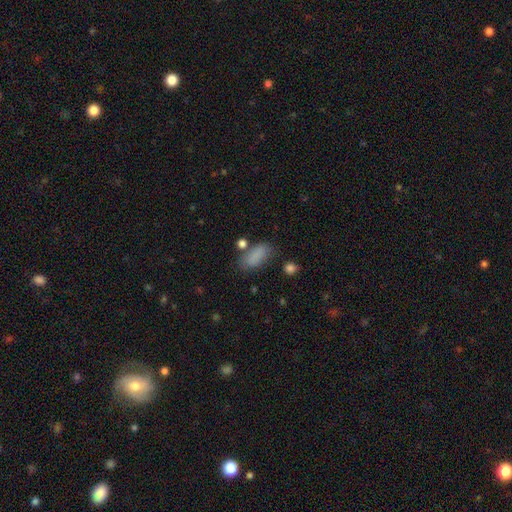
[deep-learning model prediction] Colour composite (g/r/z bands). It shows a smooth galaxy with no disk features (83%) that is in between round and cigar-shaped (88%). Merging: none (68%).